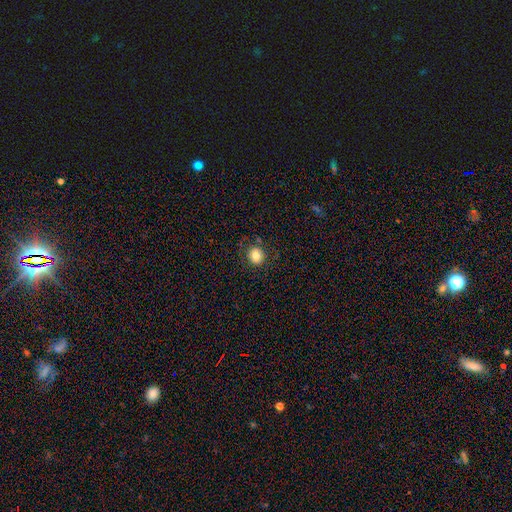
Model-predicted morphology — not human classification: Smooth or featured: smooth — 79% (star or artifact — 11%)
How rounded: round — 82% (in between — 17%)
Merging: none — 84% (minor disturbance — 10%)